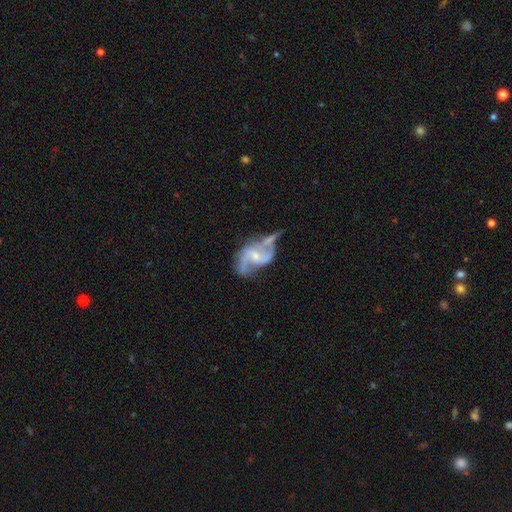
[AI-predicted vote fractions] This is clearly a featured or disk galaxy (87%). It is clearly not viewed edge-on (98%). Bar: possibly weak (51%). Spiral arm pattern: clearly yes (95%). Spiral arm count: likely 2 (80%). Spiral winding: possibly loose (53%). Central bulge: likely small (61%). Merging: marginally none (38%).